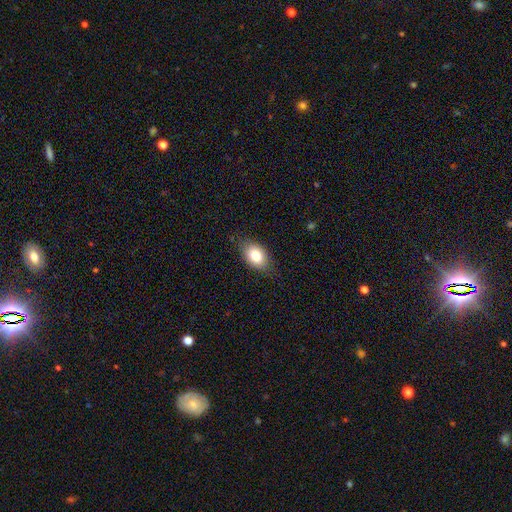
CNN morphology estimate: This is clearly a smooth galaxy (81%). How rounded: clearly in between (84%). Merging: clearly none (80%).